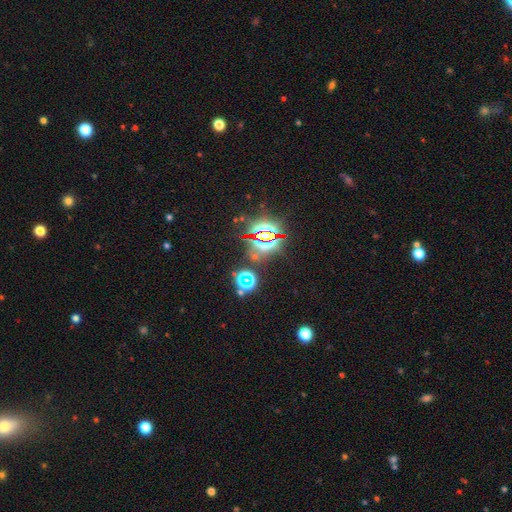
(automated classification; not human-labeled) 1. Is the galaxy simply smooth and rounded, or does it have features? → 82% star or artifact, 10% smooth, 8% featured or disk.